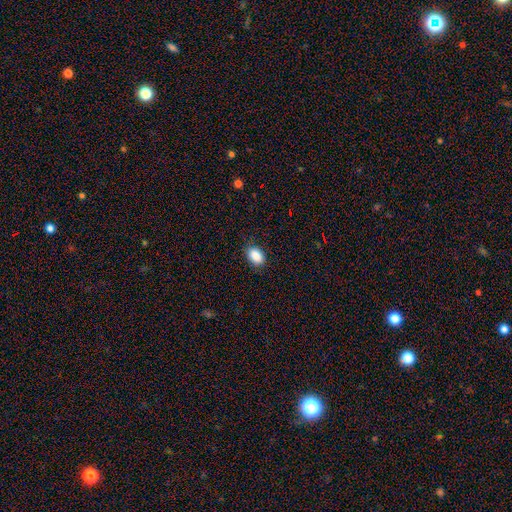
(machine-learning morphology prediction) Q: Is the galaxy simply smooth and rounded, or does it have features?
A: smooth — 89%.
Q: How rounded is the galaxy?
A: in between — 85%.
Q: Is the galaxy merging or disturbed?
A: none — 86%.